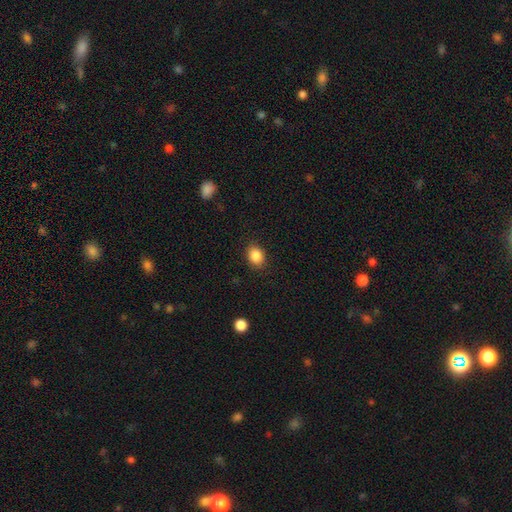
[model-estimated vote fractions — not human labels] Smooth or featured? Predicted: smooth (p=0.87). How rounded? Predicted: in between (p=0.55). Merging? Predicted: none (p=0.87).